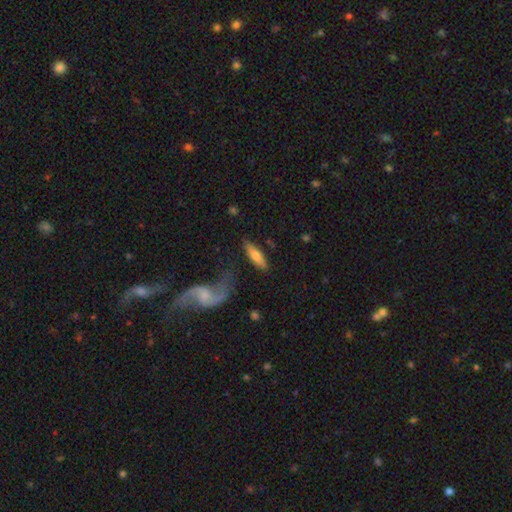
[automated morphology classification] This is possibly a smooth galaxy (57%). How rounded: possibly cigar-shaped (54%). Merging: likely none (73%).